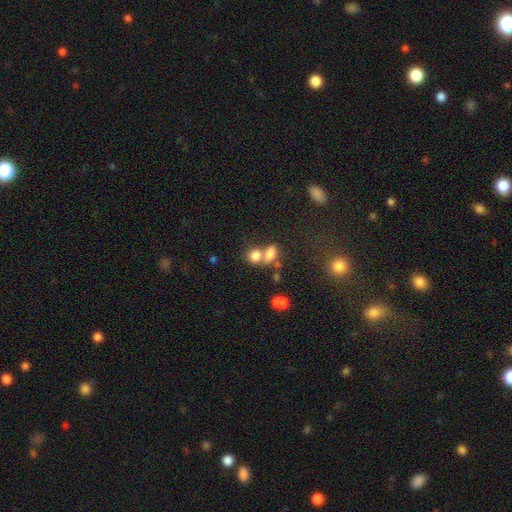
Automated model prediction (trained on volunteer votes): Morphology: type=smooth (78%); roundness=round (52%); merging=merger (54%).